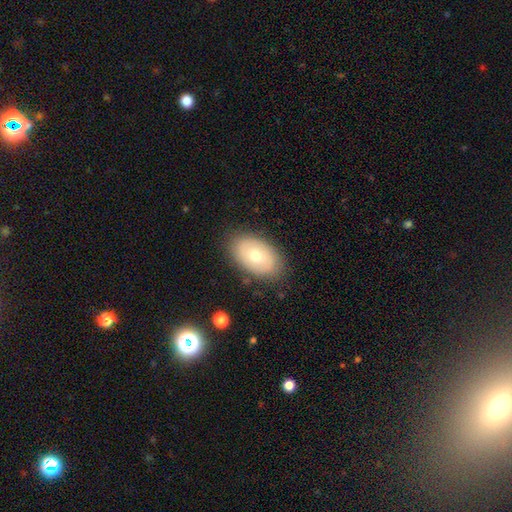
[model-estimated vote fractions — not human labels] smooth_or_featured: smooth (p=0.56) [alt: featured or disk p=0.36]
how_rounded: in between (p=0.88) [alt: round p=0.11]
merging: none (p=0.83) [alt: minor disturbance p=0.13]